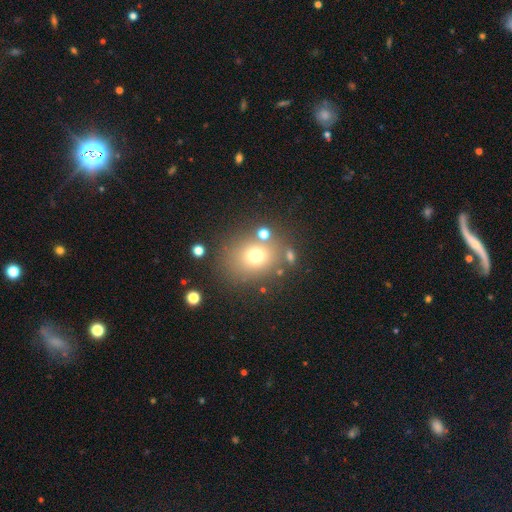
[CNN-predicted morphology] A smooth galaxy with no disk features (69%) that is round (66%). Merging: none (73%).